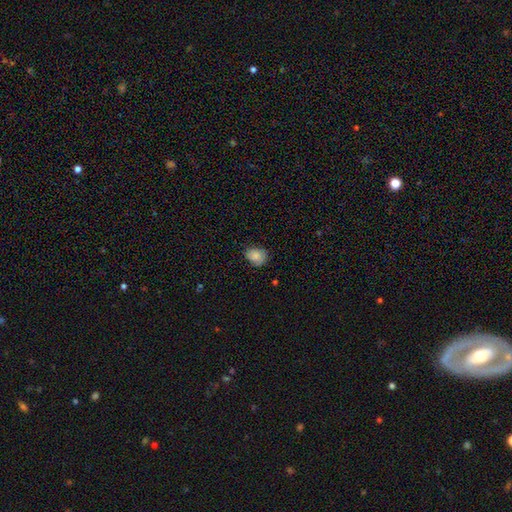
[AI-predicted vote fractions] The model was most divided on "how rounded": round: 53%, in between: 46%, cigar-shaped: 1%. More confident: smooth or featured — smooth (82%); merging — none (66%).